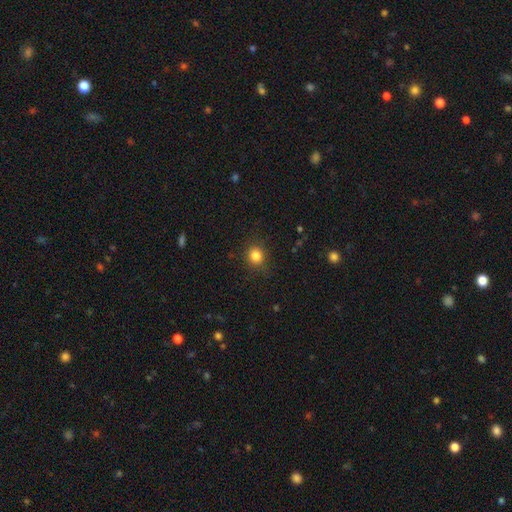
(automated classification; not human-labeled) Q: Smooth or featured?
A: smooth (83%); runner-up: star or artifact (12%)
Q: How rounded?
A: round (81%); runner-up: in between (18%)
Q: Merging?
A: none (86%); runner-up: minor disturbance (10%)